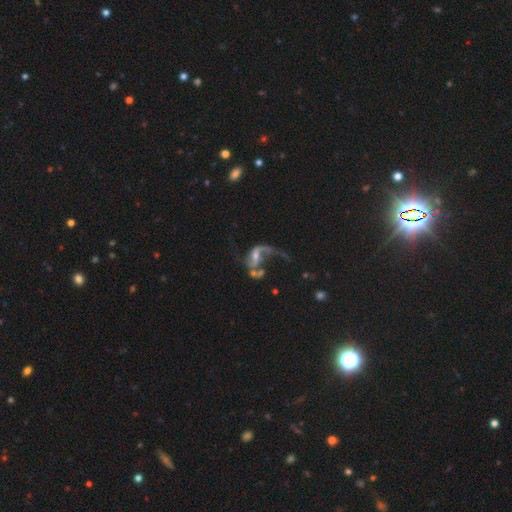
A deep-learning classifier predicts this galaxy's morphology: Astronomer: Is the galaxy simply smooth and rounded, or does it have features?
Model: featured or disk — 81%.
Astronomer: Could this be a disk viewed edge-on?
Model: no — 97%.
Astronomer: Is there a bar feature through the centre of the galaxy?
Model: weak — 42% (runner-up: no, 39%).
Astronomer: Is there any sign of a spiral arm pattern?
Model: yes — 87%.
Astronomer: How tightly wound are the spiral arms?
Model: loose — 82%.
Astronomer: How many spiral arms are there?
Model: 2 — 65%.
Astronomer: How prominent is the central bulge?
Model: moderate — 42%, tied with small at 42%.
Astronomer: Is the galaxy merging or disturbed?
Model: major disturbance — 34% (runner-up: none, 27%).